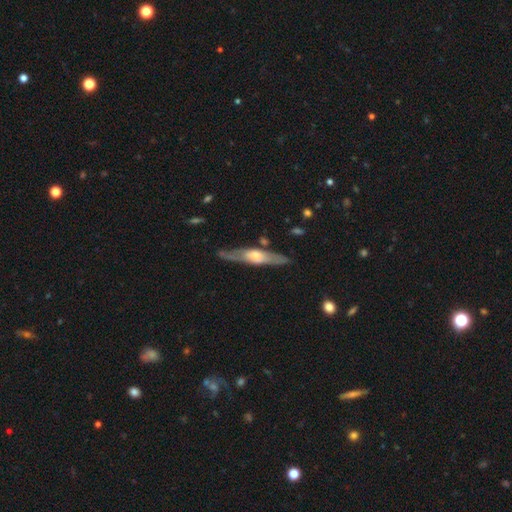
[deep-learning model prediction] smooth_or_featured: featured or disk (p=0.67) [alt: smooth p=0.27]
disk_edge_on: yes (p=0.77) [alt: no p=0.23]
edge_on_bulge: rounded (p=0.78) [alt: none p=0.11]
merging: none (p=0.77) [alt: minor disturbance p=0.16]